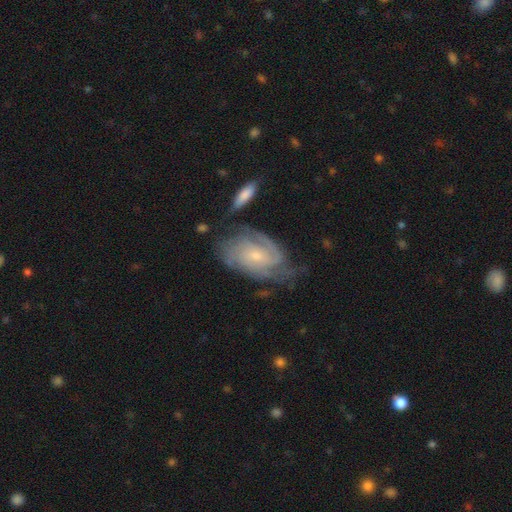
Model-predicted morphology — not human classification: smooth_or_featured: featured or disk (p=0.83) [alt: smooth p=0.12]
disk_edge_on: no (p=0.96) [alt: yes p=0.04]
bar: no (p=0.61) [alt: weak p=0.33]
has_spiral_arms: yes (p=0.95) [alt: no p=0.05]
spiral_winding: tight (p=0.59) [alt: medium p=0.32]
spiral_arm_count: can't tell (p=0.33) [alt: 2 p=0.26]
bulge_size: small (p=0.70) [alt: moderate p=0.24]
merging: none (p=0.59) [alt: minor disturbance p=0.24]